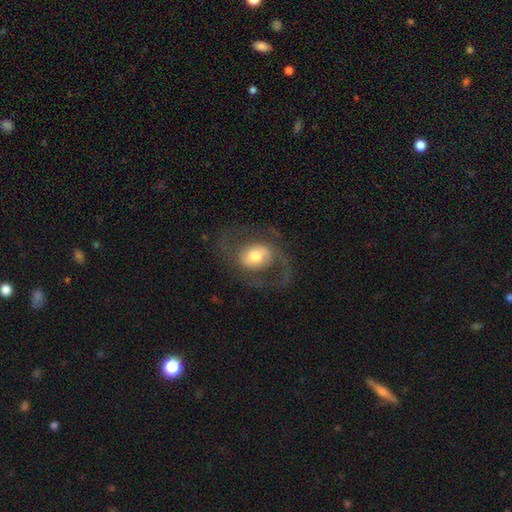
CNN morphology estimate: Smooth or featured? Predicted: featured or disk (p=0.69). Edge-on disk? Predicted: no (p=0.95). Bar? Predicted: no (p=0.42). Spiral arms? Predicted: yes (p=0.75). Bulge size? Predicted: moderate (p=0.60). Merging? Predicted: none (p=0.68).